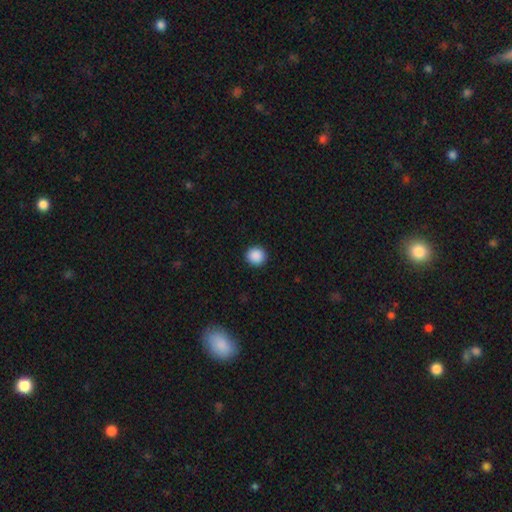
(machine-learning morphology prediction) smooth-or-featured: smooth: 89% | star or artifact: 9% | featured or disk: 2%
  how-rounded: round: 92% | in between: 7% | cigar-shaped: 1%
  merging: none: 93% | minor disturbance: 4% | major disturbance: 2% | merger: 1%